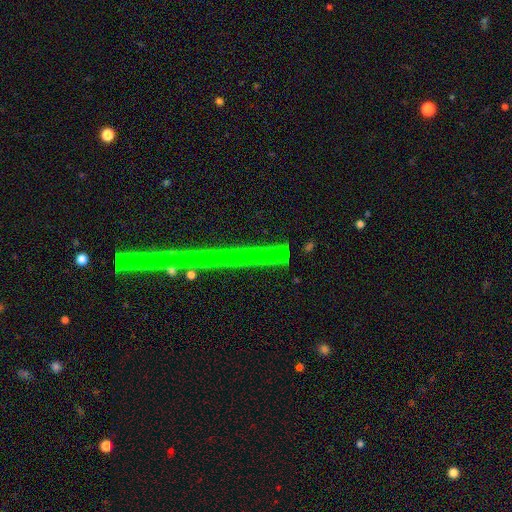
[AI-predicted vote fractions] Morphology: type=star or artifact (66%).